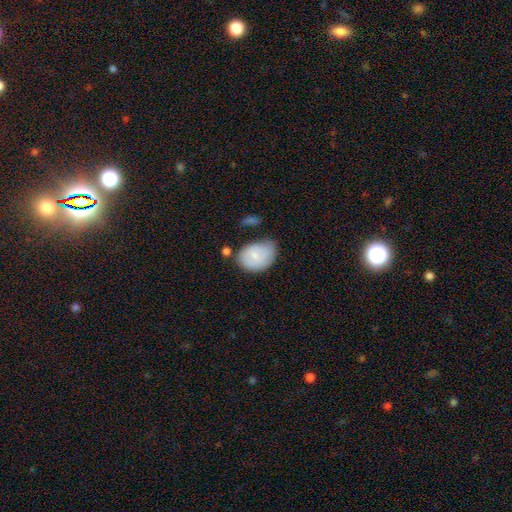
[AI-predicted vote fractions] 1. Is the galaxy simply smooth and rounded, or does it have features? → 73% smooth, 20% featured or disk, 6% star or artifact.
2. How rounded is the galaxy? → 78% in between, 21% round, 1% cigar-shaped.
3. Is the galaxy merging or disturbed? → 44% none, 35% minor disturbance, 12% major disturbance, 9% merger.